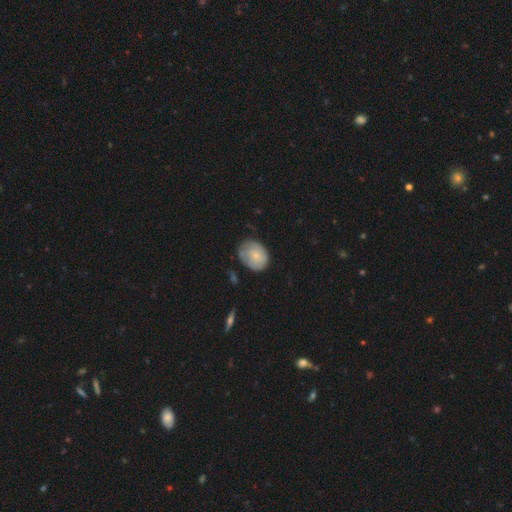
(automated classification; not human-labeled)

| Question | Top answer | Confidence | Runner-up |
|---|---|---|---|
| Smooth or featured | smooth | 72% | featured or disk (22%) |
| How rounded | in between | 54% | round (45%) |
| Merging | none | 59% | minor disturbance (31%) |